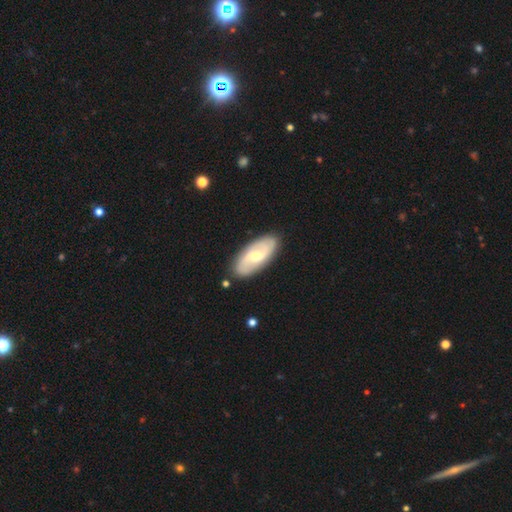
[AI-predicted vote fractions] smooth_or_featured: featured or disk (p=0.67) [alt: smooth p=0.28]
disk_edge_on: no (p=0.92) [alt: yes p=0.08]
bar: weak (p=0.49) [alt: no p=0.40]
has_spiral_arms: yes (p=0.87) [alt: no p=0.13]
spiral_winding: medium (p=0.41) [alt: loose p=0.36]
spiral_arm_count: 2 (p=0.82) [alt: can't tell p=0.11]
bulge_size: moderate (p=0.59) [alt: small p=0.34]
merging: none (p=0.86) [alt: minor disturbance p=0.10]